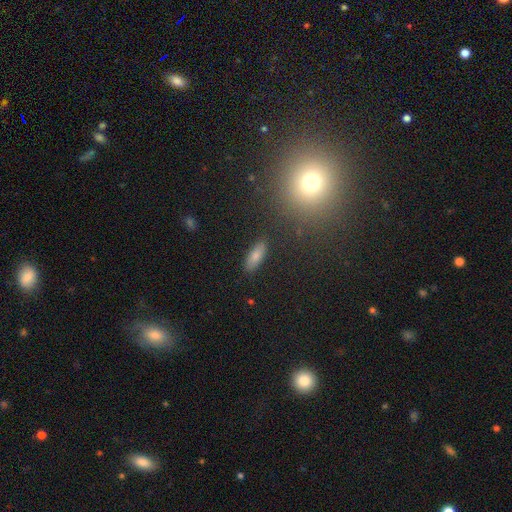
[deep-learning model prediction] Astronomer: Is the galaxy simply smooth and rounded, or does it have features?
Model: smooth — 79%.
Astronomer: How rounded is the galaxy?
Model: in between — 68%.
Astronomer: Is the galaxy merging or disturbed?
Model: none — 86%.